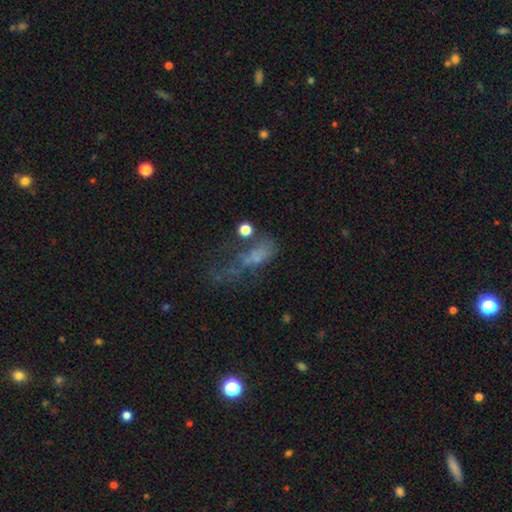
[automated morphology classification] Smooth or featured? Predicted: smooth (p=0.42). Merging? Predicted: major disturbance (p=0.47).